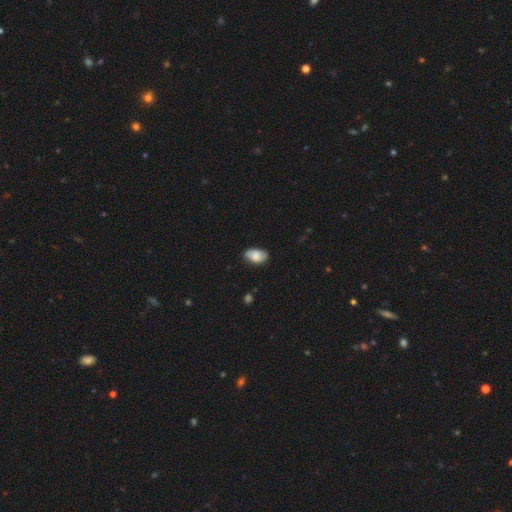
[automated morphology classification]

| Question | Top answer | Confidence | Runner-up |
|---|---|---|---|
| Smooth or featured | smooth | 79% | featured or disk (14%) |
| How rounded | in between | 92% | round (6%) |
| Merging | none | 74% | minor disturbance (21%) |